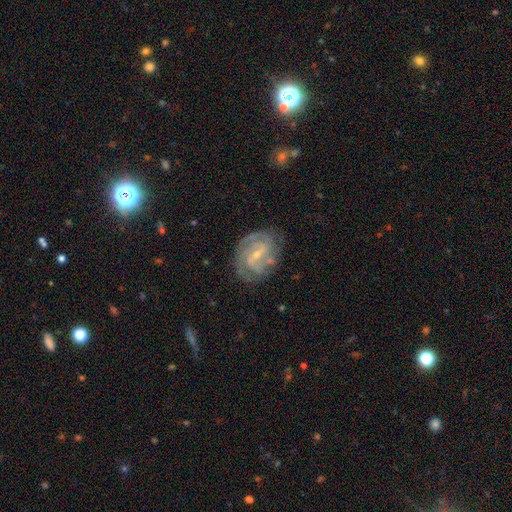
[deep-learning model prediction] Smooth or featured? Predicted: featured or disk (p=0.83). Edge-on disk? Predicted: no (p=0.97). Bar? Predicted: weak (p=0.46). Spiral arms? Predicted: yes (p=0.93). Spiral winding? Predicted: tight (p=0.53). Spiral arm count? Predicted: 2 (p=0.36). Bulge size? Predicted: small (p=0.74). Merging? Predicted: none (p=0.72).